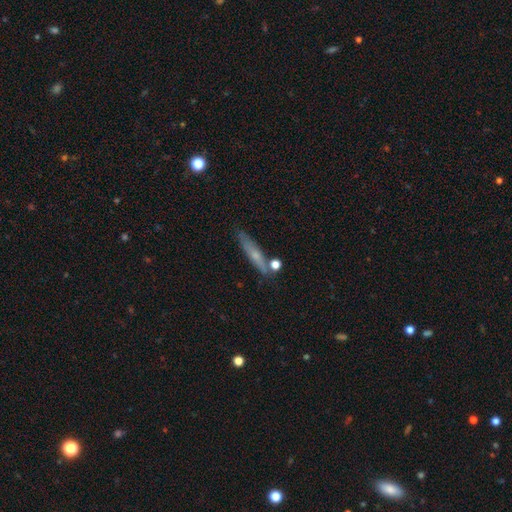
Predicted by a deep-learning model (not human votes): smooth 50%, featured or disk 41%, star or artifact 8%. Down the decision tree: how rounded — cigar-shaped (87%); merging — none (75%).